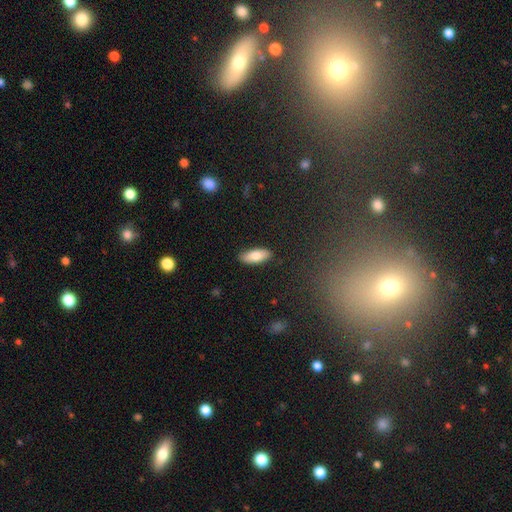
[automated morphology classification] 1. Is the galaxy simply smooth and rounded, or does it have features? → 81% smooth, 13% featured or disk, 6% star or artifact.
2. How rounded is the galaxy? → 77% in between, 21% cigar-shaped, 2% round.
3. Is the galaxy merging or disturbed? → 88% none, 9% minor disturbance, 2% major disturbance, 1% merger.